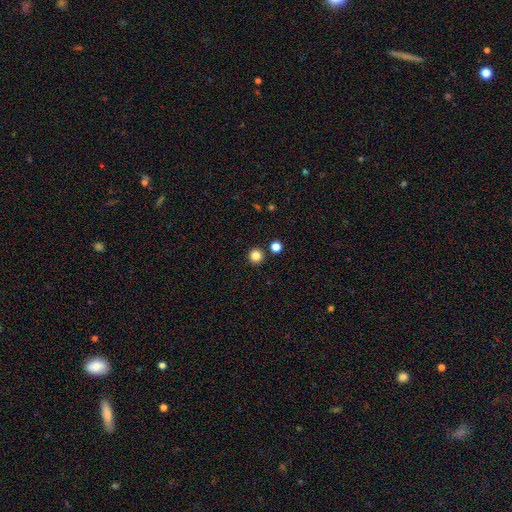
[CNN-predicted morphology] This is clearly a smooth galaxy (84%). How rounded: clearly round (95%). Merging: clearly none (91%).